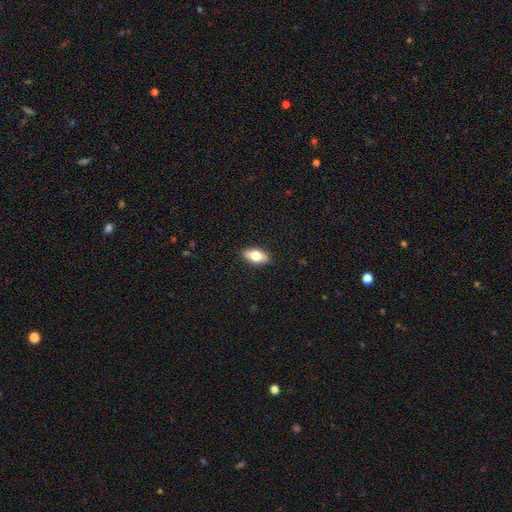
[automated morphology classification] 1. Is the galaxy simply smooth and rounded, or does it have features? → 71% smooth, 22% featured or disk, 7% star or artifact.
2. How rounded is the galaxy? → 87% in between, 7% cigar-shaped, 5% round.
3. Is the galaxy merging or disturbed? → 89% none, 8% minor disturbance, 2% major disturbance, 1% merger.